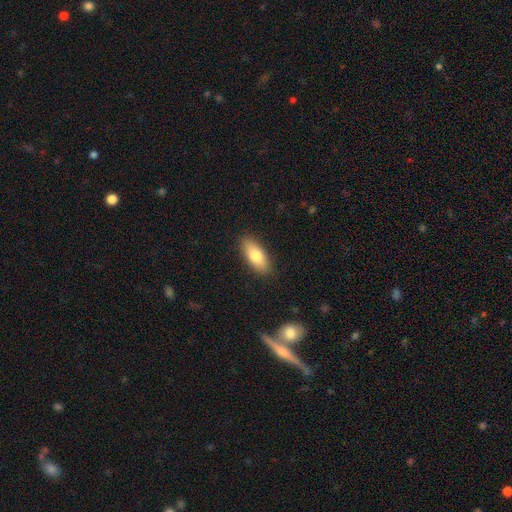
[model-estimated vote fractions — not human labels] Morphology: type=smooth (80%); roundness=in between (80%); merging=none (87%).